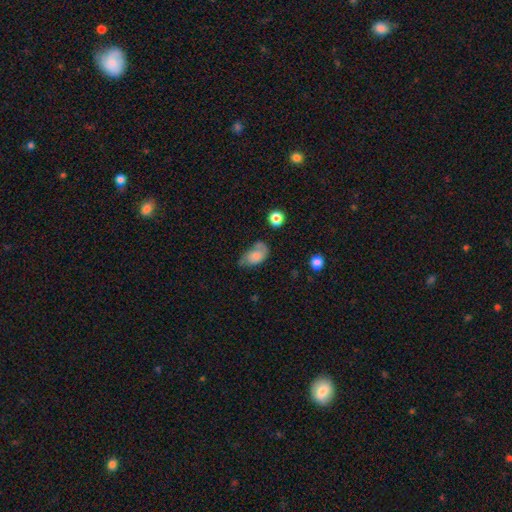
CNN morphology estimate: Smooth or featured? smooth (67%)
How rounded? in between (89%)
Merging? none (38%)